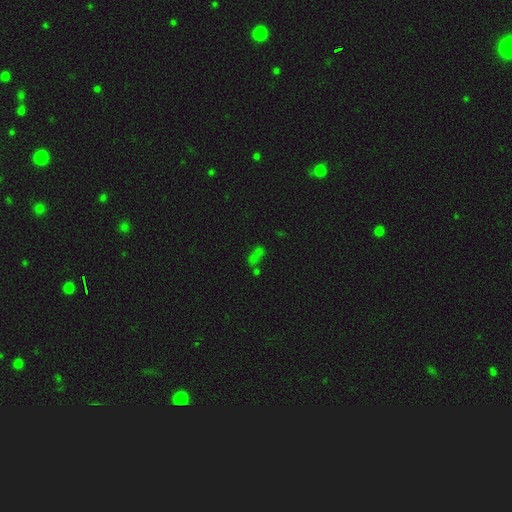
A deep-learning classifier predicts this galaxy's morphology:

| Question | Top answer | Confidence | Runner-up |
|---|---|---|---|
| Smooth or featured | smooth | 45% | star or artifact (41%) |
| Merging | none | 38% | tied: merger (38%) |